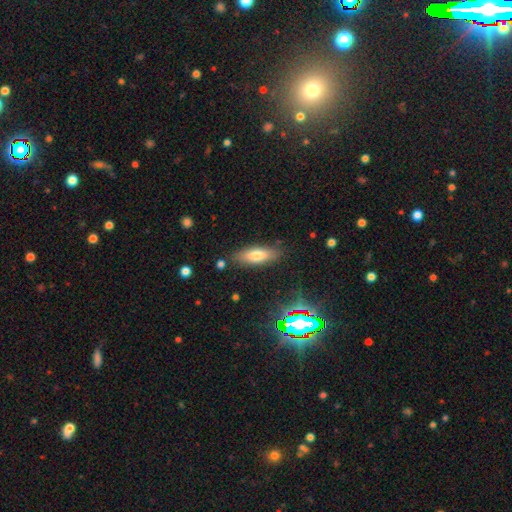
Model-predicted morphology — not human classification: smooth_or_featured: smooth (p=0.72) [alt: featured or disk p=0.19]
how_rounded: in between (p=0.61) [alt: cigar-shaped p=0.37]
merging: none (p=0.83) [alt: minor disturbance p=0.12]